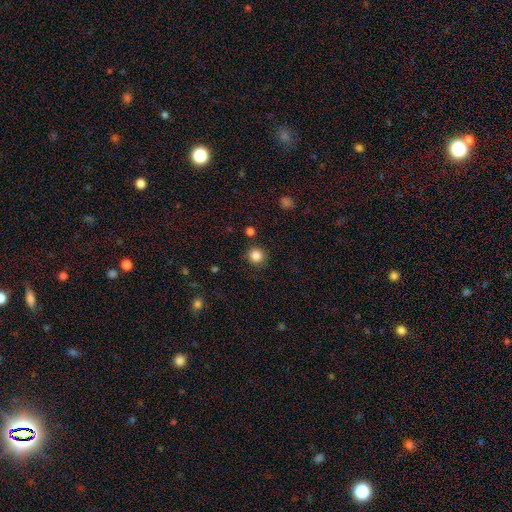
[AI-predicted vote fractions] This appears to be a smooth galaxy with no disk features (85%) that is round (93%). Merging: none (88%).